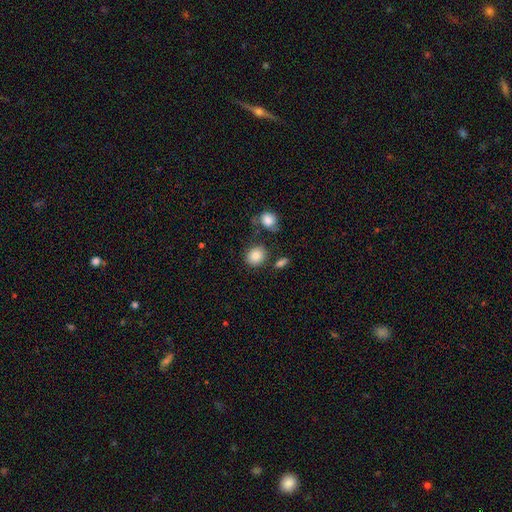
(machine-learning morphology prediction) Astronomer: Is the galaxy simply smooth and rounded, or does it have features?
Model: smooth — 85%.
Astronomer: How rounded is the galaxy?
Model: round — 71%.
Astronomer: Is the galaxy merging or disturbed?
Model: none — 75%.